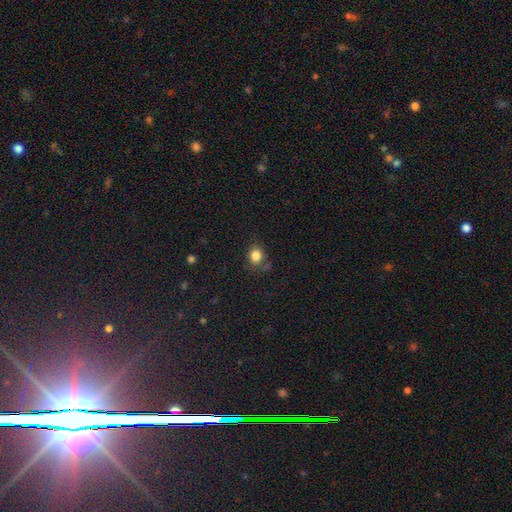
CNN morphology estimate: This is clearly a smooth galaxy (83%). How rounded: likely round (68%). Merging: likely none (73%).